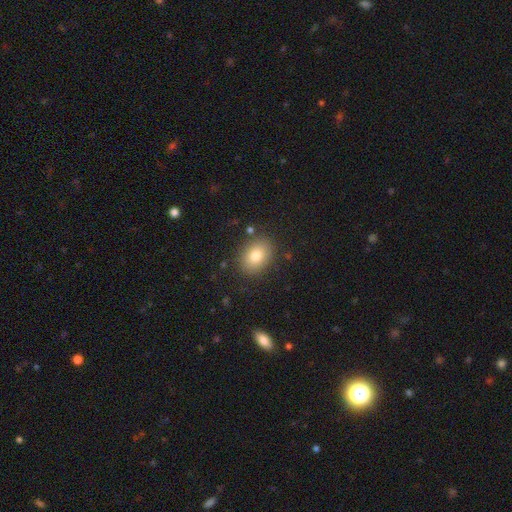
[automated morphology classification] smooth_or_featured: smooth (p=0.80) [alt: featured or disk p=0.10]
how_rounded: in between (p=0.69) [alt: round p=0.30]
merging: none (p=0.85) [alt: minor disturbance p=0.10]